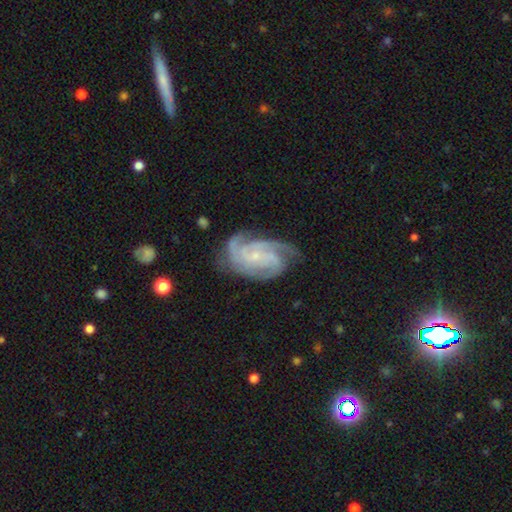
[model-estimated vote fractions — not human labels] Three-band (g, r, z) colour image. It shows a featured or disk galaxy (91%) with no bar (63%), 3 (49%) tight (61%) spiral arms (98%) and a small central bulge (76%). Merging: none (72%).